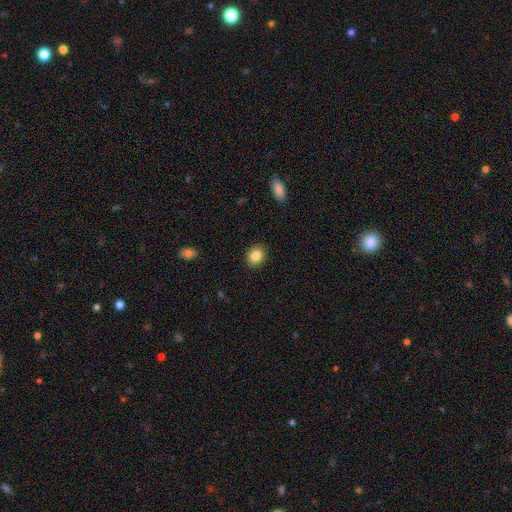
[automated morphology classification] Smooth or featured: smooth — 84% (star or artifact — 9%)
How rounded: round — 69% (in between — 30%)
Merging: none — 90% (minor disturbance — 7%)